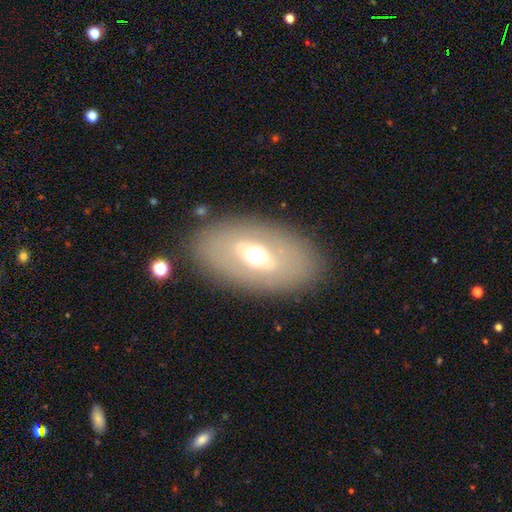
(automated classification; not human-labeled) This appears to be a featured or disk galaxy (47%). Merging: none (82%).